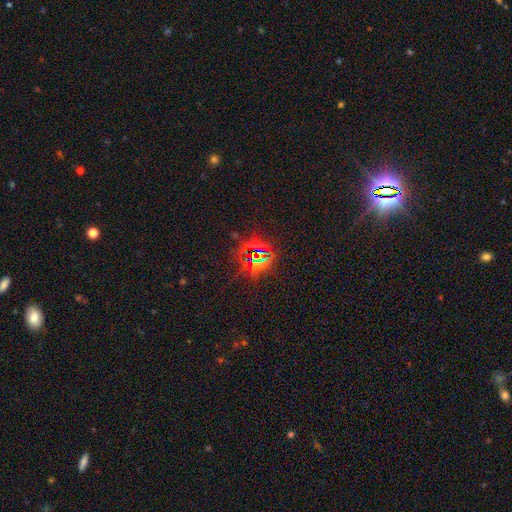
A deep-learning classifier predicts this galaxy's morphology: Q: Smooth or featured?
A: star or artifact (78%); runner-up: smooth (13%)